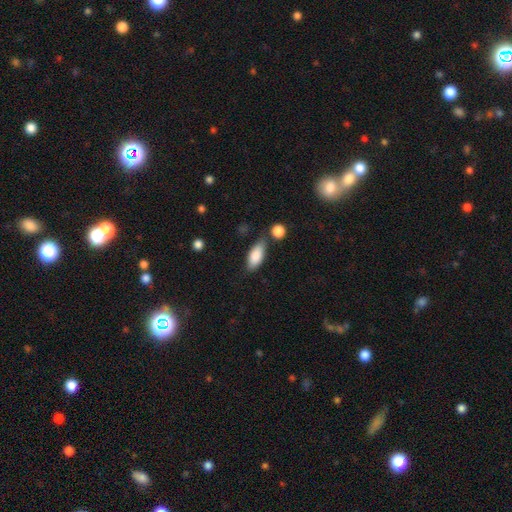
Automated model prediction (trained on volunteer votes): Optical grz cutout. It shows a smooth galaxy with no disk features (84%) that is in between round and cigar-shaped (83%). Merging: none (69%).